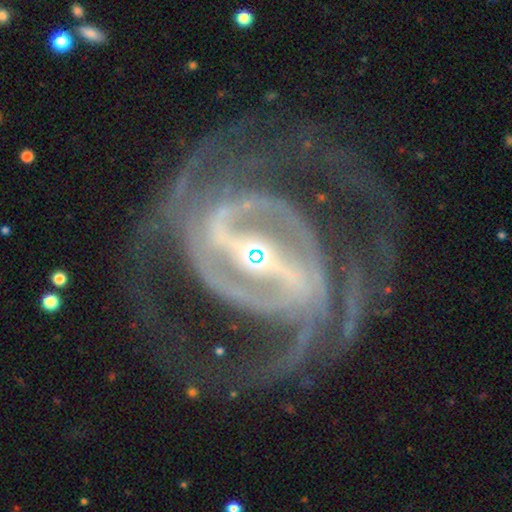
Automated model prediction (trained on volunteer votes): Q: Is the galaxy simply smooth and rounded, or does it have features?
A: featured or disk — 93%.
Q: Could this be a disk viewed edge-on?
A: no — 96%.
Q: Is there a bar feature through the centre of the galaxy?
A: strong — 83%.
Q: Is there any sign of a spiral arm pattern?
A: yes — 97%.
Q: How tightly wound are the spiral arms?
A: tight — 45%.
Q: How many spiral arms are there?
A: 2 — 48%.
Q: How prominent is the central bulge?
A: small — 71%.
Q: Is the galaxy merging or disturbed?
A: none — 66%.